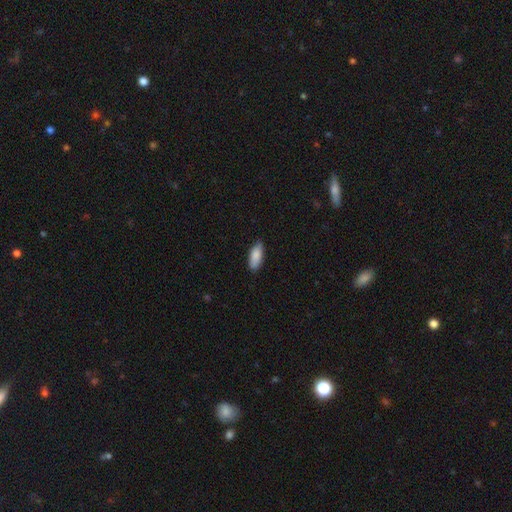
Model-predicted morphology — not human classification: The model was most divided on "how rounded": in between: 81%, cigar-shaped: 17%, round: 2%. More confident: smooth or featured — smooth (88%); merging — none (83%).